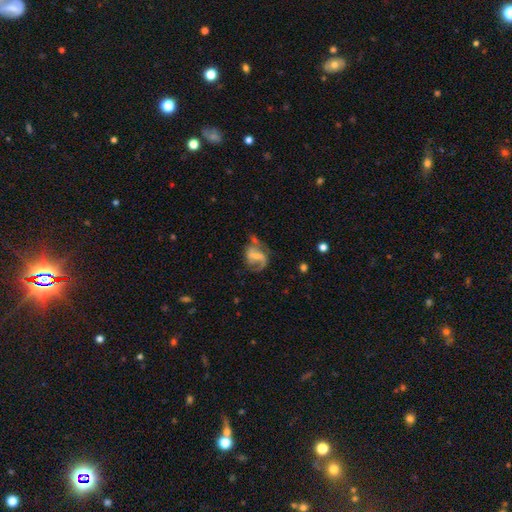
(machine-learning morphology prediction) This appears to be a featured or disk galaxy (73%) with a weak bar (46%), 2 (62%) medium (44%) spiral arms (86%) and a small central bulge (46%). Merging: none (41%).